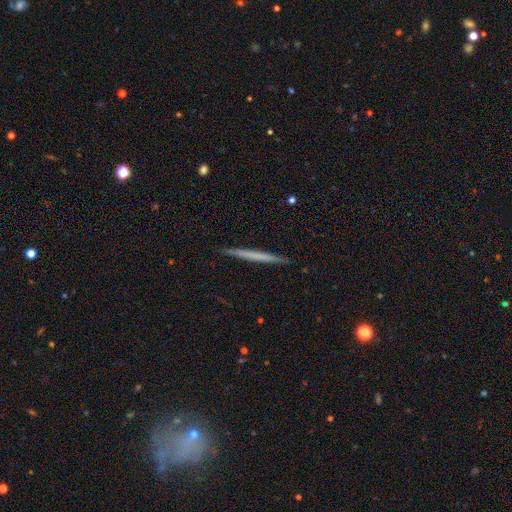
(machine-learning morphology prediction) type=smooth (50%); merging=none (92%).